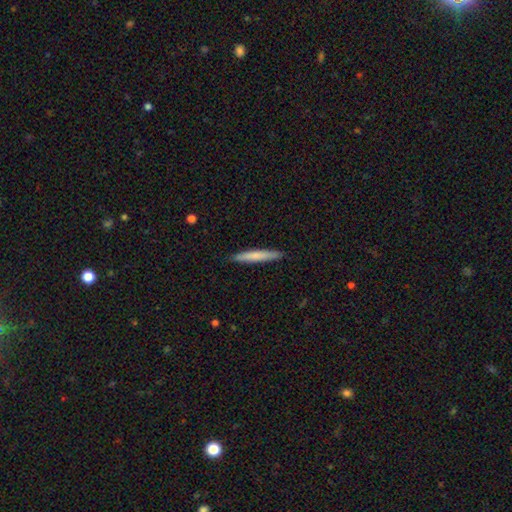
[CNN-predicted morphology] Smooth or featured?
  - smooth: 73% *
  - featured or disk: 22%
  - star or artifact: 6%
How rounded?
  - cigar-shaped: 95% *
  - in between: 4%
  - round: 1%
Merging?
  - none: 90% *
  - minor disturbance: 7%
  - major disturbance: 1%
  - merger: 1%